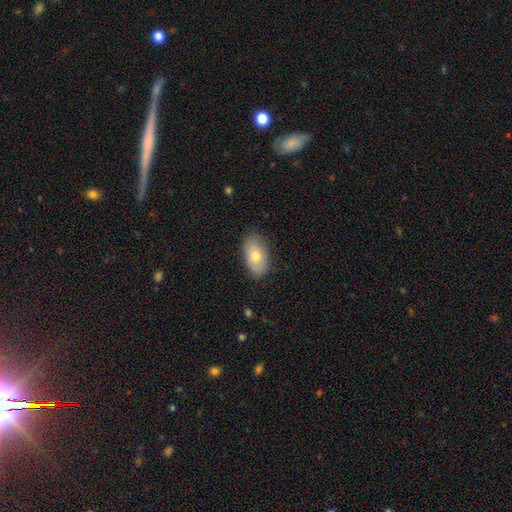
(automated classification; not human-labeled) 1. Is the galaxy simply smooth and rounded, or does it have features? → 70% smooth, 23% featured or disk, 7% star or artifact.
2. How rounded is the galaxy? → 92% in between, 6% round, 2% cigar-shaped.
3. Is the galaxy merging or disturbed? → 81% none, 15% minor disturbance, 3% major disturbance, 1% merger.